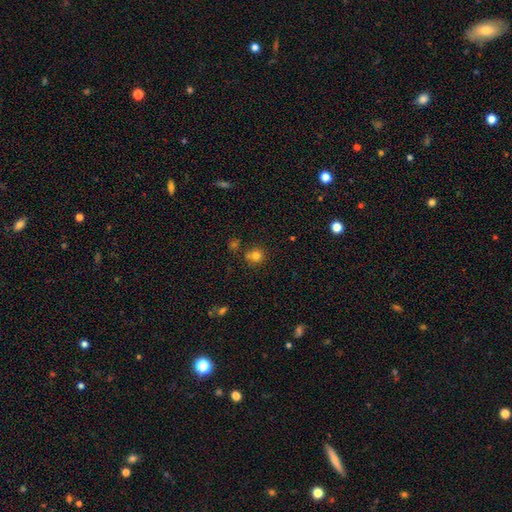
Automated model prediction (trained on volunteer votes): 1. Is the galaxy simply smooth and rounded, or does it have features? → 79% smooth, 14% star or artifact, 7% featured or disk.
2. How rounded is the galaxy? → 87% round, 12% in between, 1% cigar-shaped.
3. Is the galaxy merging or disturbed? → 68% none, 14% merger, 14% minor disturbance, 4% major disturbance.